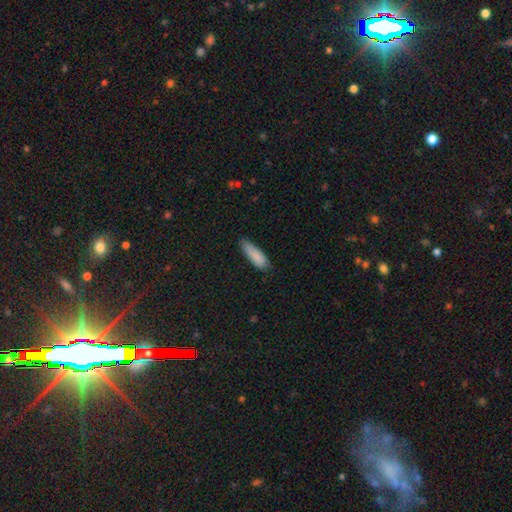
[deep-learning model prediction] A smooth galaxy with no disk features (87%) that is in between round and cigar-shaped (50%). Merging: none (71%).